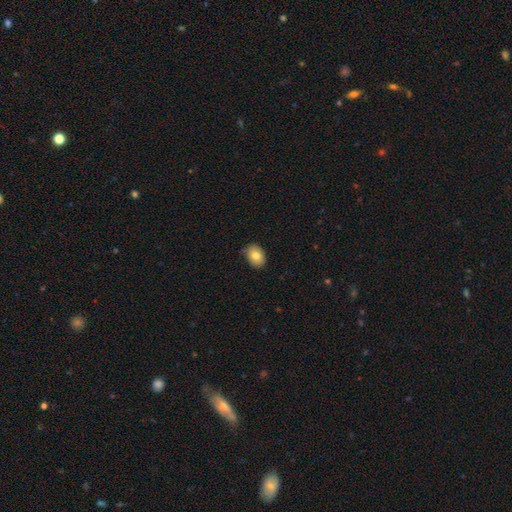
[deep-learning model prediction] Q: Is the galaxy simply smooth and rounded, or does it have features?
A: smooth — 80%.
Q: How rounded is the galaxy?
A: in between — 68%.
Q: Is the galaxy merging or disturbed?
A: none — 74%.